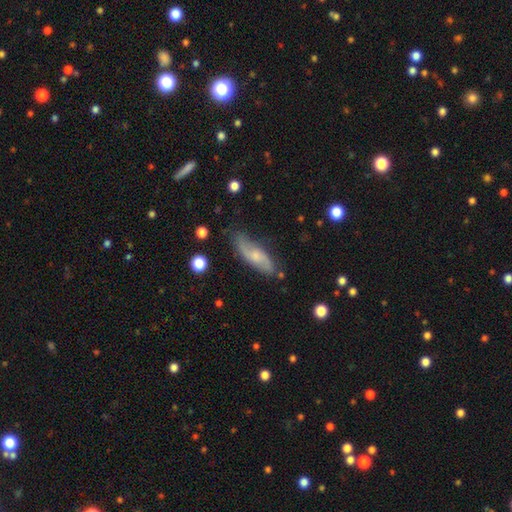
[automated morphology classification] Q: Smooth or featured?
A: featured or disk (52%); runner-up: smooth (41%)
Q: Edge-on disk?
A: no (76%); runner-up: yes (24%)
Q: Merging?
A: none (73%); runner-up: minor disturbance (20%)